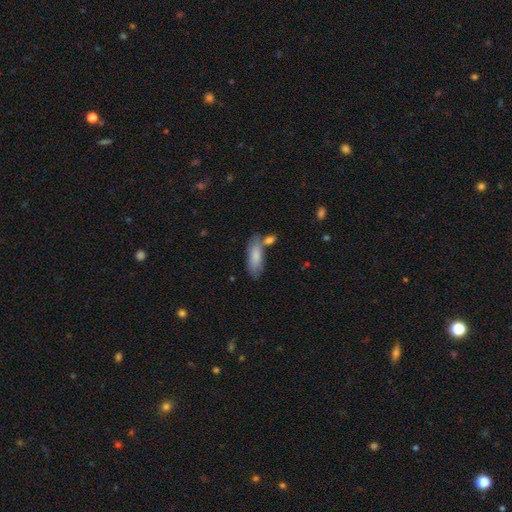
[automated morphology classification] smooth 83%, featured or disk 12%, star or artifact 6%. Down the decision tree: how rounded — in between (75%); merging — none (55%).